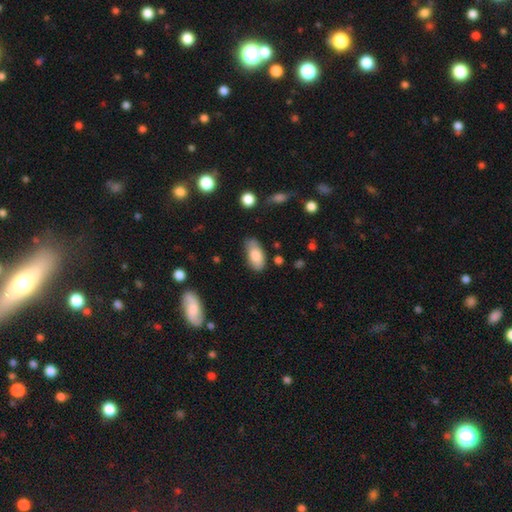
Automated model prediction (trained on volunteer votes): Smooth or featured: smooth — 82% (featured or disk — 12%)
How rounded: in between — 91% (cigar-shaped — 6%)
Merging: none — 69% (minor disturbance — 24%)